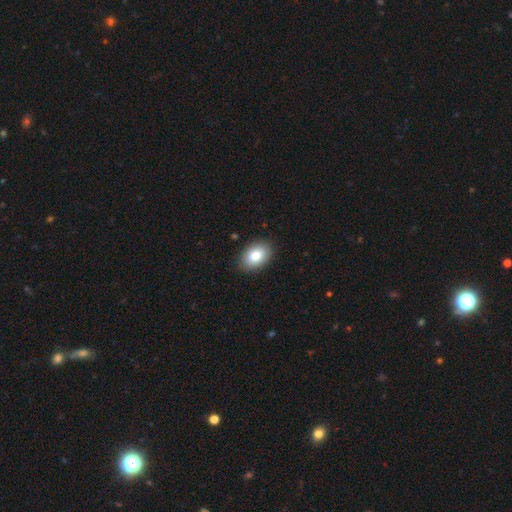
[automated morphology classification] Smooth or featured? smooth (83%)
How rounded? in between (84%)
Merging? none (88%)